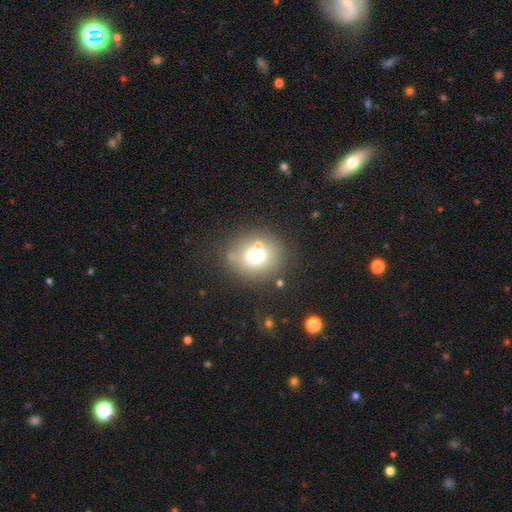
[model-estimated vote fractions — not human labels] Smooth or featured: smooth — 68% (featured or disk — 19%)
How rounded: round — 74% (in between — 25%)
Merging: none — 67% (minor disturbance — 14%)